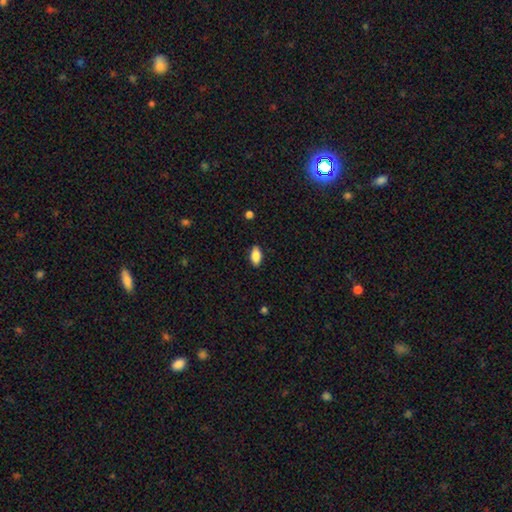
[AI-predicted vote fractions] smooth 86%, star or artifact 7%, featured or disk 7%. Down the decision tree: how rounded — in between (92%); merging — none (88%).